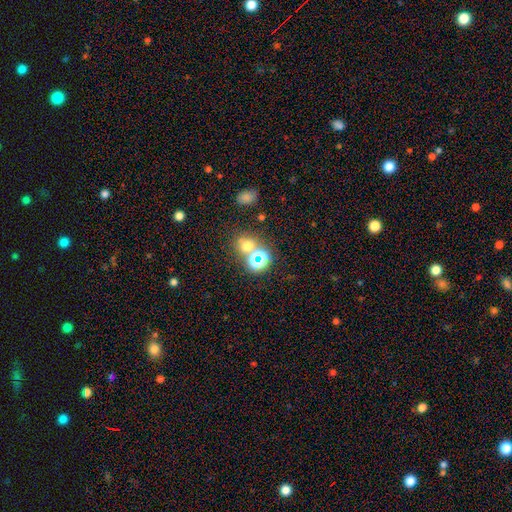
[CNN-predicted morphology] smooth-or-featured: star or artifact: 58% | smooth: 32% | featured or disk: 10%